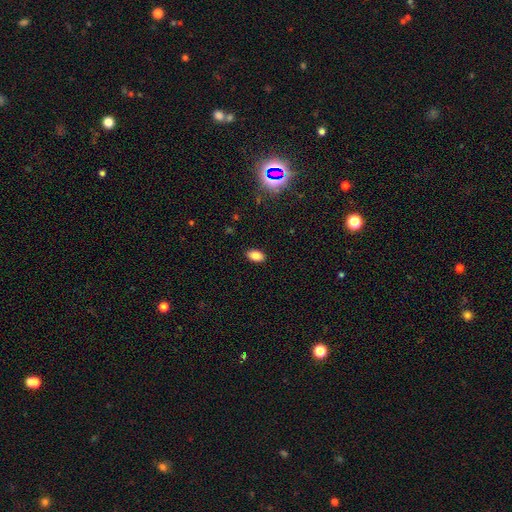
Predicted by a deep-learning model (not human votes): smooth_or_featured: smooth (p=0.82) [alt: star or artifact p=0.11]
how_rounded: in between (p=0.91) [alt: round p=0.07]
merging: none (p=0.88) [alt: minor disturbance p=0.09]